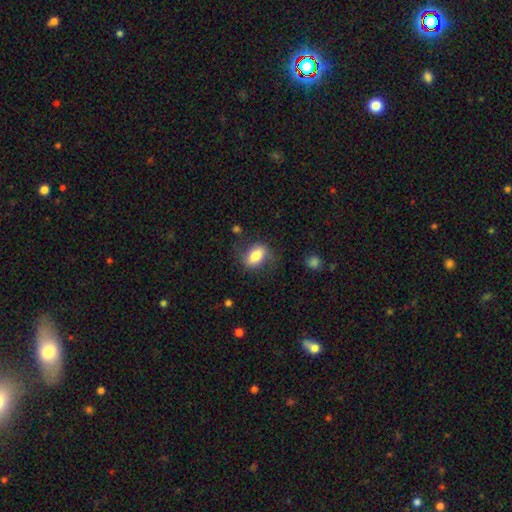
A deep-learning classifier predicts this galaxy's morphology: Overall: smooth (75%). How rounded: in between (86%). Merging: none (70%).